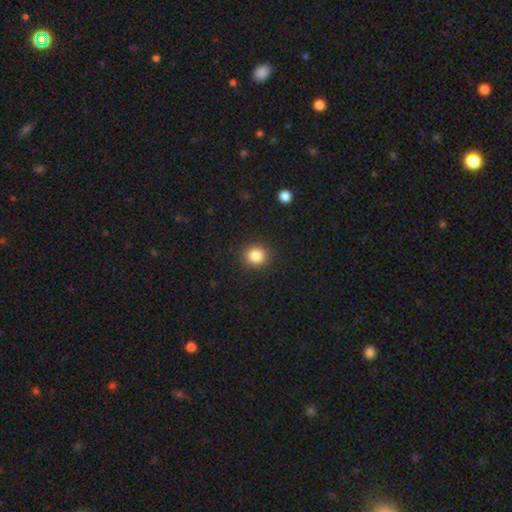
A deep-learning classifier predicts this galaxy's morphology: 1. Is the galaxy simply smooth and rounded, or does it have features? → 85% smooth, 10% star or artifact, 5% featured or disk.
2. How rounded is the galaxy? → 85% round, 14% in between, 1% cigar-shaped.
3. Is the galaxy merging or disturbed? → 90% none, 6% minor disturbance, 2% major disturbance, 1% merger.